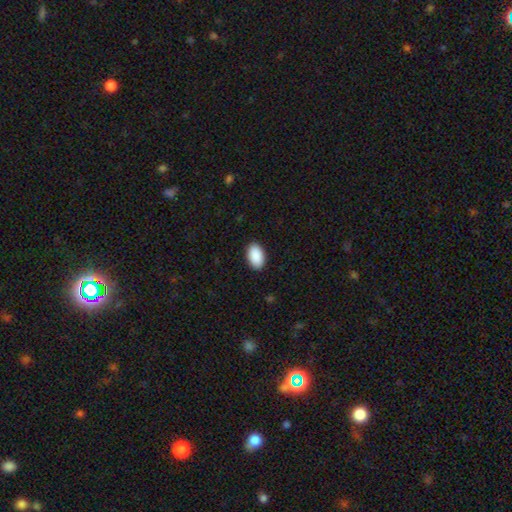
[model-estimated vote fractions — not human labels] This appears to be a smooth galaxy with no disk features (92%) that is in between round and cigar-shaped (95%). Merging: none (90%).